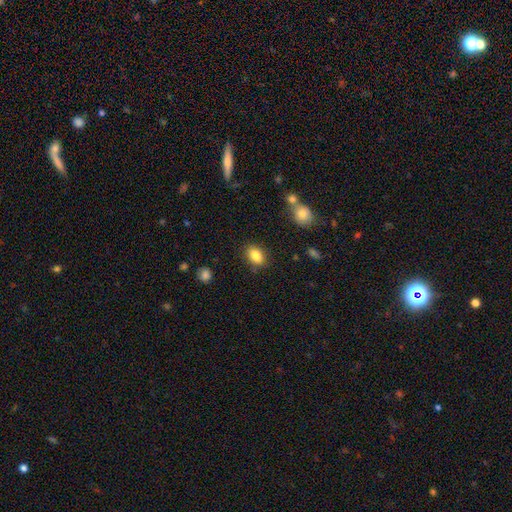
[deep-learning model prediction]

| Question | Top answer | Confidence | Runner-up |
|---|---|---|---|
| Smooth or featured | smooth | 85% | star or artifact (9%) |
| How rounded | in between | 79% | round (19%) |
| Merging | none | 84% | minor disturbance (11%) |